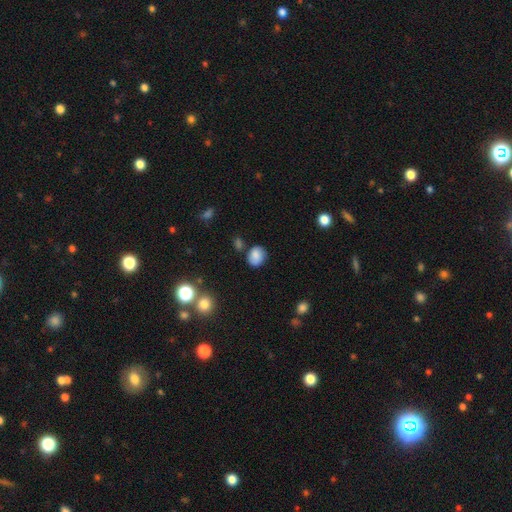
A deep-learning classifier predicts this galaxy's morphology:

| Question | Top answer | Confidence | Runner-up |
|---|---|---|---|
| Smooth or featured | smooth | 82% | star or artifact (10%) |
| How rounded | round | 62% | in between (37%) |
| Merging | none | 75% | minor disturbance (16%) |